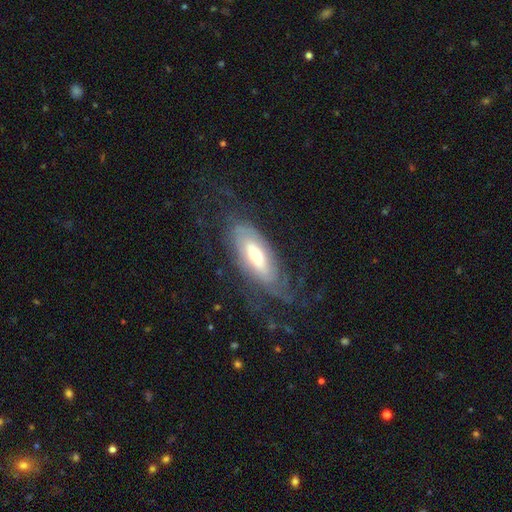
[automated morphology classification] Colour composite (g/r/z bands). It shows a featured or disk galaxy (68%) with no bar (59%), spiral arms (80%) and a moderate central bulge (50%). Merging: none (59%).